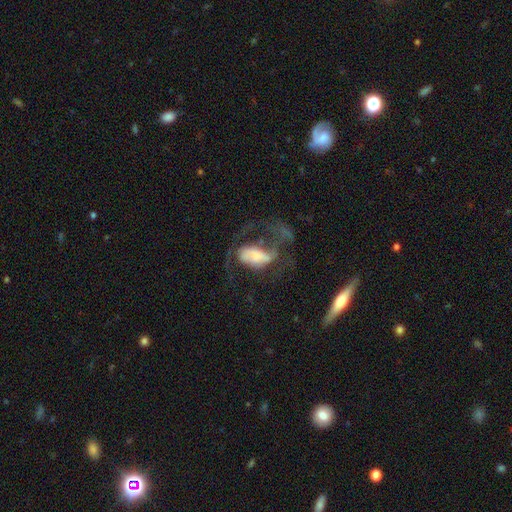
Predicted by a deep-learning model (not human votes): The model was most divided on "bulge size" (2-way tie): none: 25%, large: 25%, small: 19%, moderate: 19%, dominant: 11%. More confident: edge-on disk — no (95%); spiral arms — yes (57%); merging — major disturbance (57%); bar — no (55%); smooth or featured — featured or disk (53%).